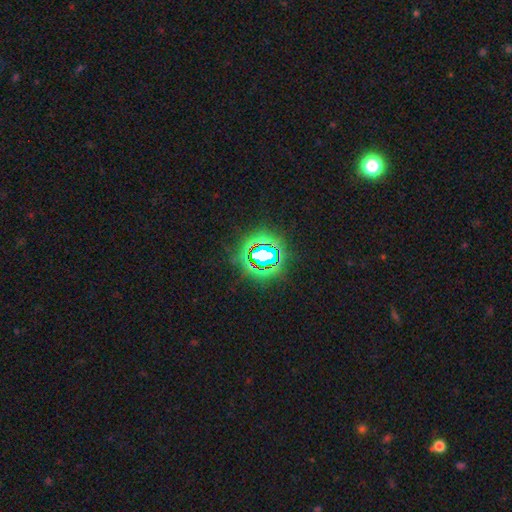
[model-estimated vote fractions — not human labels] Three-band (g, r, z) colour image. It shows a star or artifact, not a galaxy (80%).